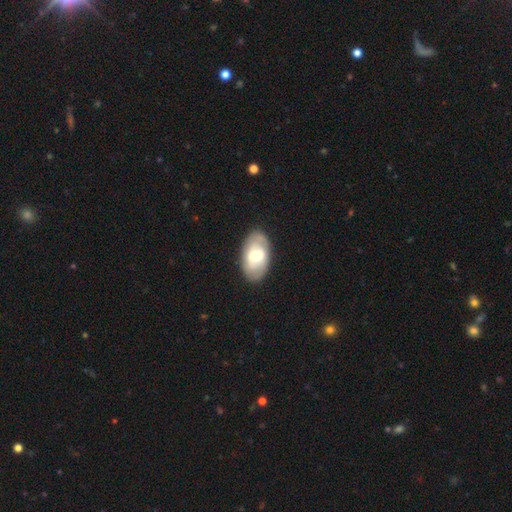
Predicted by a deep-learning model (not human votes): Morphology: type=smooth (49%); merging=none (82%).